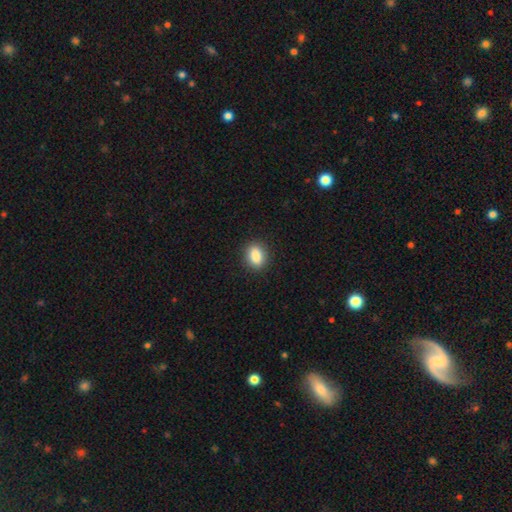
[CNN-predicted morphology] Smooth or featured?
  - smooth: 87% *
  - star or artifact: 8%
  - featured or disk: 4%
How rounded?
  - in between: 70% *
  - round: 29%
  - cigar-shaped: 2%
Merging?
  - none: 89% *
  - minor disturbance: 8%
  - major disturbance: 2%
  - merger: 1%